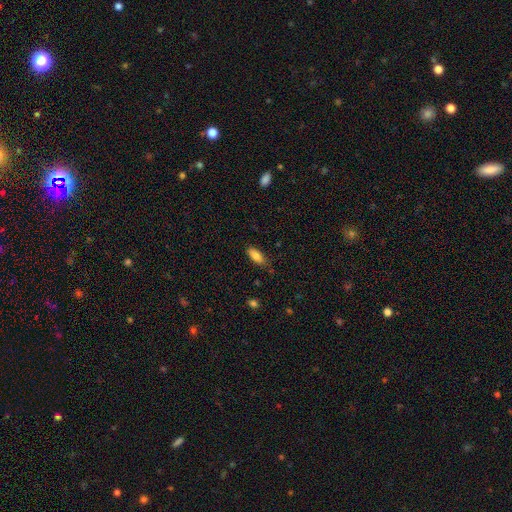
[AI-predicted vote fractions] Smooth or featured? smooth (85%)
How rounded? in between (78%)
Merging? none (76%)